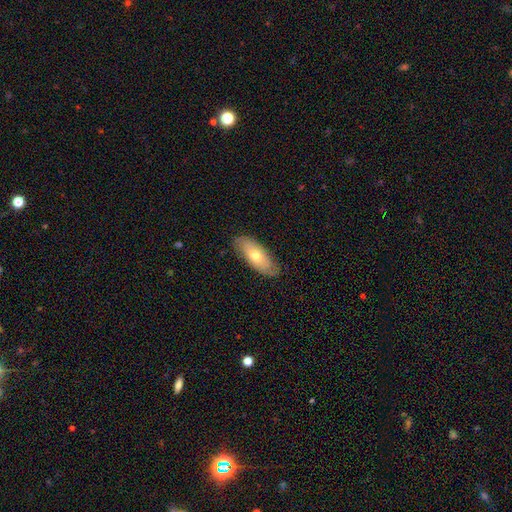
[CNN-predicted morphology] Smooth or featured: smooth — 58% (featured or disk — 36%)
How rounded: in between — 79% (cigar-shaped — 19%)
Merging: none — 80% (minor disturbance — 16%)